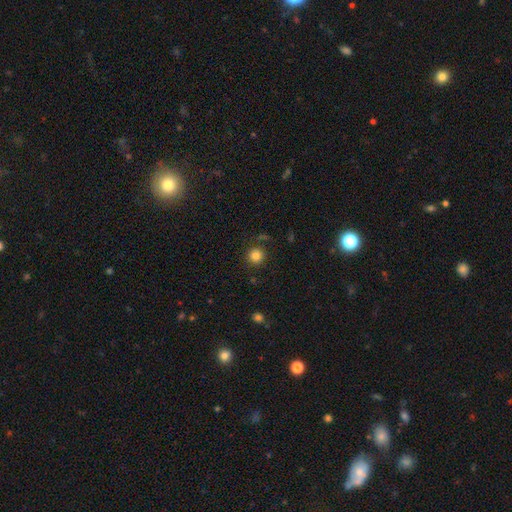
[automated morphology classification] type=smooth (83%); roundness=round (94%); merging=none (87%).